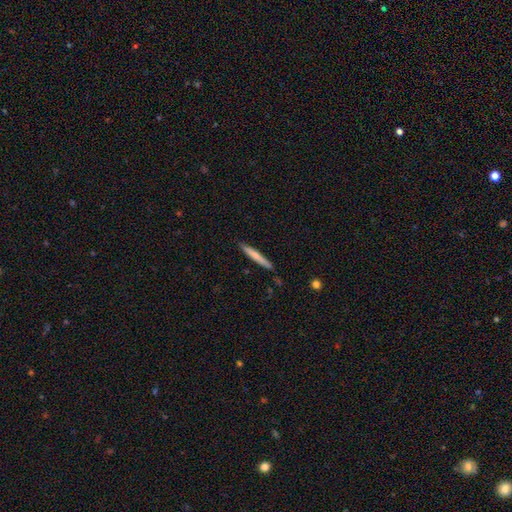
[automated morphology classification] Q: Smooth or featured?
A: smooth (64%); runner-up: featured or disk (30%)
Q: How rounded?
A: cigar-shaped (95%); runner-up: in between (3%)
Q: Merging?
A: none (87%); runner-up: minor disturbance (9%)